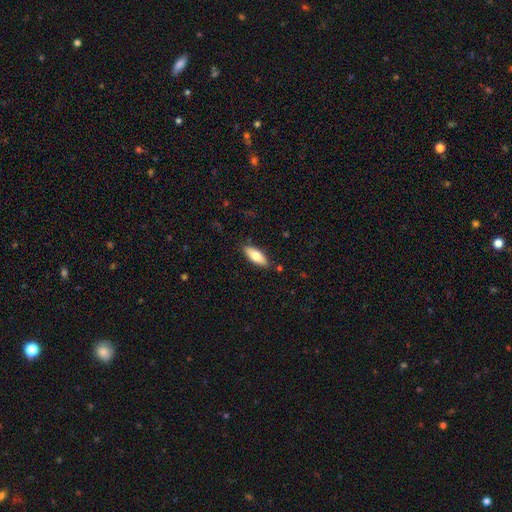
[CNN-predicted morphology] smooth 76%, featured or disk 18%, star or artifact 6%. Down the decision tree: how rounded — in between (74%); merging — none (86%).